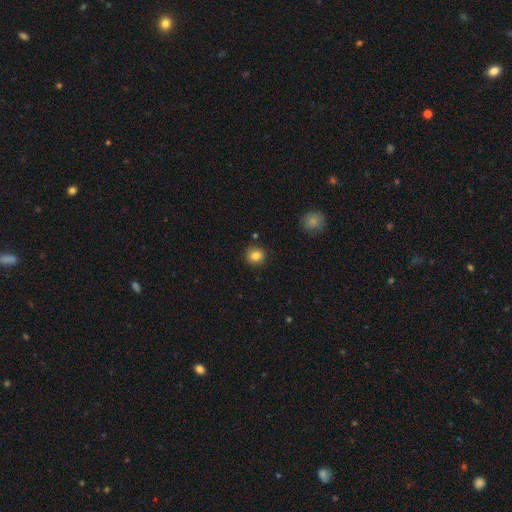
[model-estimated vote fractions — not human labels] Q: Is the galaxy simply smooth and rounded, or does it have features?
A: smooth — 83%.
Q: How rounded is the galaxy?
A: round — 90%.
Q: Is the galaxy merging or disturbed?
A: none — 88%.